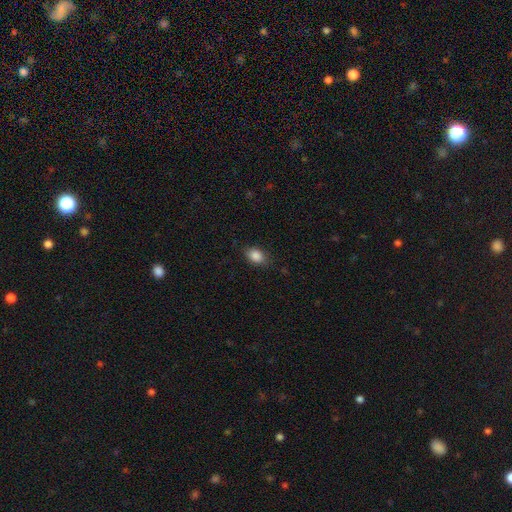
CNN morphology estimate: This appears to be a smooth galaxy with no disk features (86%) that is in between round and cigar-shaped (77%). Merging: none (80%).